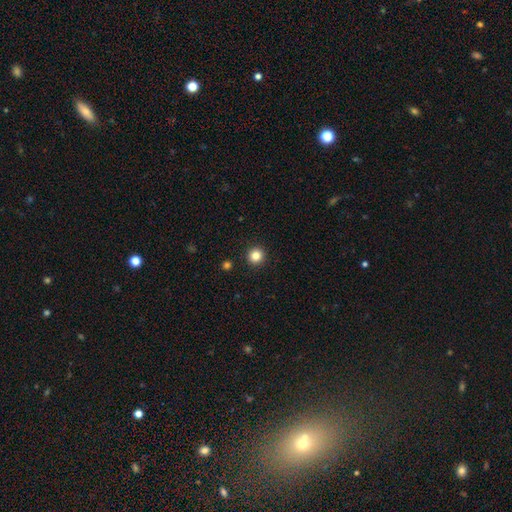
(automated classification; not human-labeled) Morphology: type=smooth (84%); roundness=round (95%); merging=none (93%).